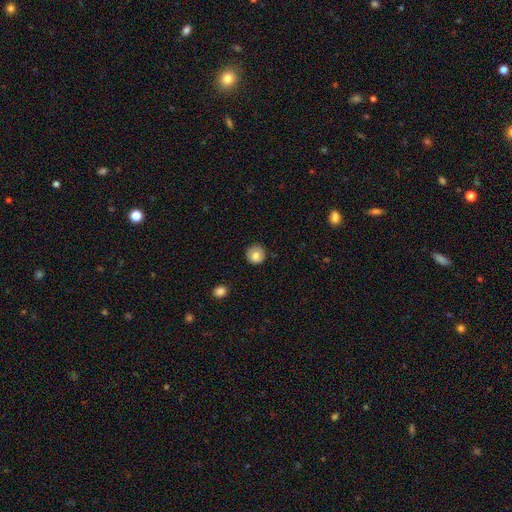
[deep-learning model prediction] Q: Smooth or featured?
A: smooth (80%); runner-up: featured or disk (11%)
Q: How rounded?
A: round (95%); runner-up: in between (4%)
Q: Merging?
A: none (89%); runner-up: minor disturbance (8%)